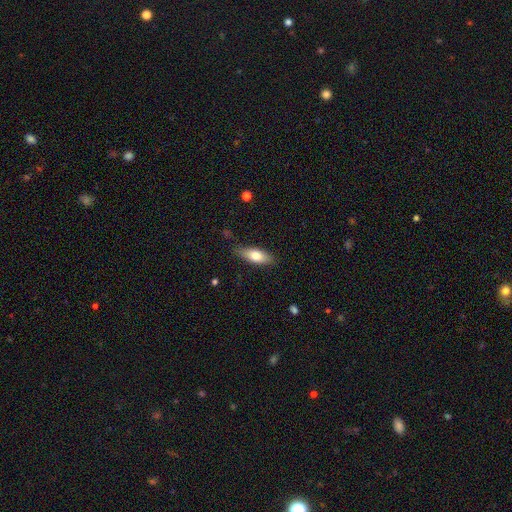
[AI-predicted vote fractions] Overall: smooth (74%). How rounded: in between (71%). Merging: none (79%).